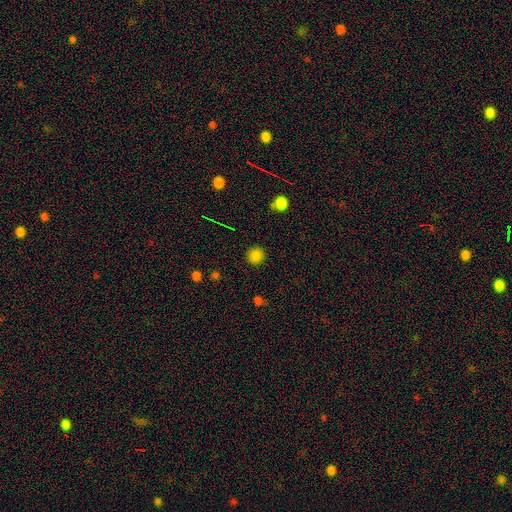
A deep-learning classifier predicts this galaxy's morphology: Overall: smooth (82%). How rounded: round (93%). Merging: none (90%).